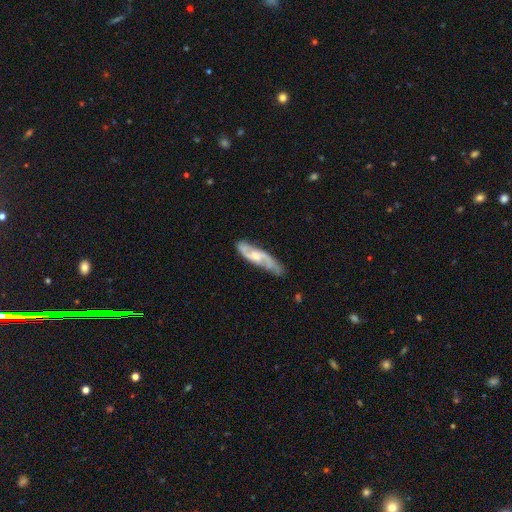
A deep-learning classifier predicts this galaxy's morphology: The model was most divided on "bar": no: 54%, weak: 38%, strong: 8%. Remaining: spiral arms — yes (92%); spiral arm count — 2 (80%); edge-on disk — no (77%); smooth or featured — featured or disk (73%); merging — none (68%); bulge size — moderate (51%); spiral winding — medium (48%).